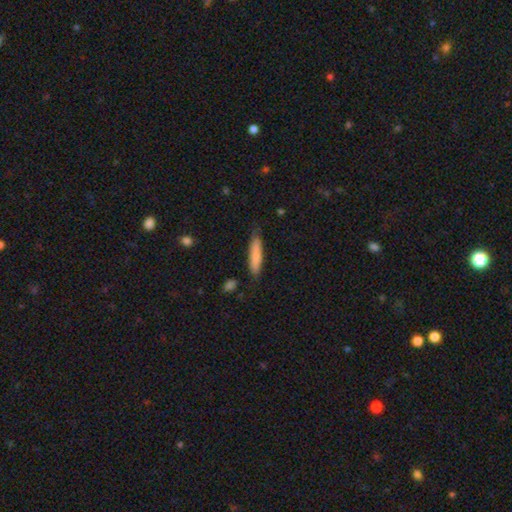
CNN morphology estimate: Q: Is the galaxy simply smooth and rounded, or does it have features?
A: smooth — 81%.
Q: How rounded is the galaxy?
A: cigar-shaped — 85%.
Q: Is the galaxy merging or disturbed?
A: none — 80%.